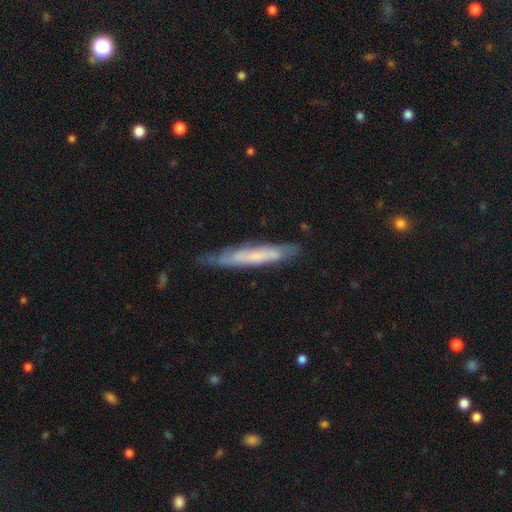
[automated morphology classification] Smooth or featured? featured or disk (47%)
Merging? none (73%)